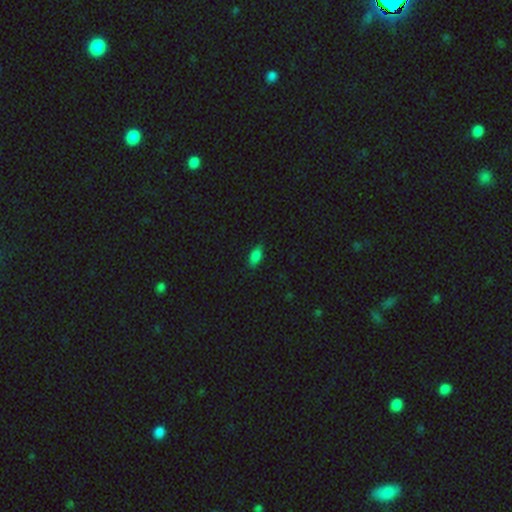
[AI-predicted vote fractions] Q: Smooth or featured?
A: smooth (83%); runner-up: star or artifact (11%)
Q: How rounded?
A: in between (89%); runner-up: cigar-shaped (7%)
Q: Merging?
A: none (79%); runner-up: minor disturbance (17%)